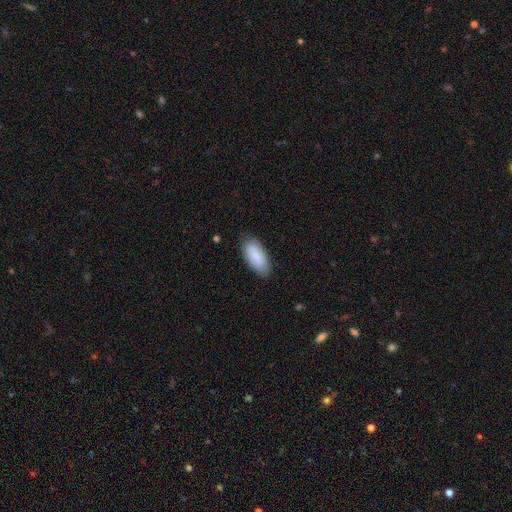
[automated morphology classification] smooth-or-featured: smooth: 86% | featured or disk: 8% | star or artifact: 6%
  how-rounded: in between: 88% | cigar-shaped: 10% | round: 2%
  merging: none: 82% | minor disturbance: 14% | major disturbance: 3% | merger: 1%